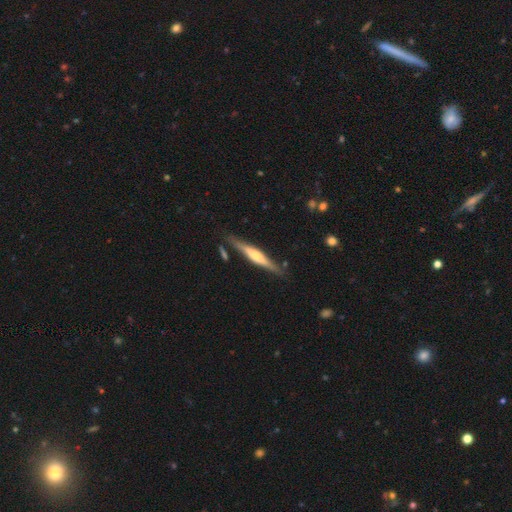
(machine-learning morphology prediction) Smooth or featured?
  - featured or disk: 66% *
  - smooth: 29%
  - star or artifact: 6%
Edge-on disk?
  - yes: 96% *
  - no: 4%
Edge-on bulge?
  - rounded: 79% *
  - boxy: 13%
  - none: 8%
Merging?
  - none: 82% *
  - minor disturbance: 12%
  - merger: 4%
  - major disturbance: 3%